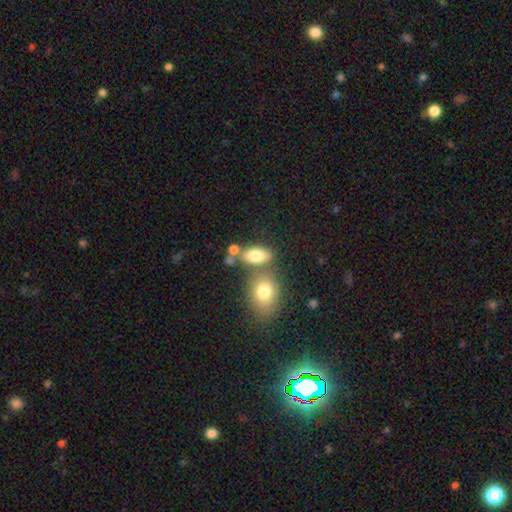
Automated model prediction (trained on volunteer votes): A smooth galaxy with no disk features (78%) that is in between round and cigar-shaped (84%).

Vote fractions:
- Smooth or featured? smooth: 78% / featured or disk: 13% / star or artifact: 9%
- How rounded? in between: 84% / round: 12% / cigar-shaped: 4%
- Merging? none: 53% / merger: 30% / minor disturbance: 12% / major disturbance: 5%